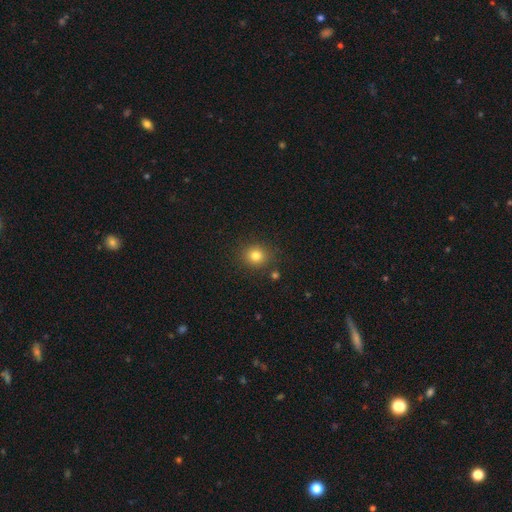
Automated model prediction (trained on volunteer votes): smooth 79%, star or artifact 14%, featured or disk 7%. Down the decision tree: how rounded — round (84%); merging — none (86%).